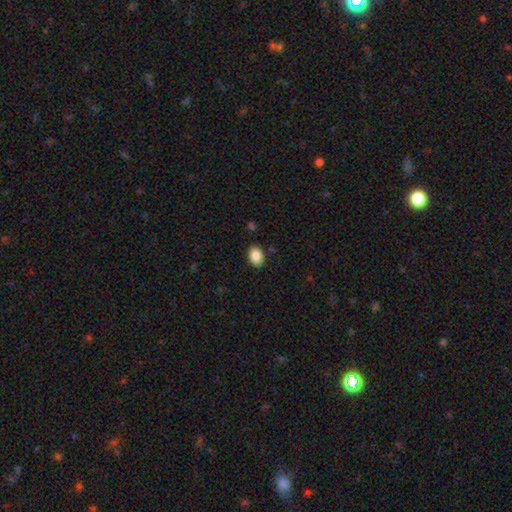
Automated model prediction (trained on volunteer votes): smooth 87%, star or artifact 8%, featured or disk 5%. Down the decision tree: how rounded — in between (72%); merging — none (87%).